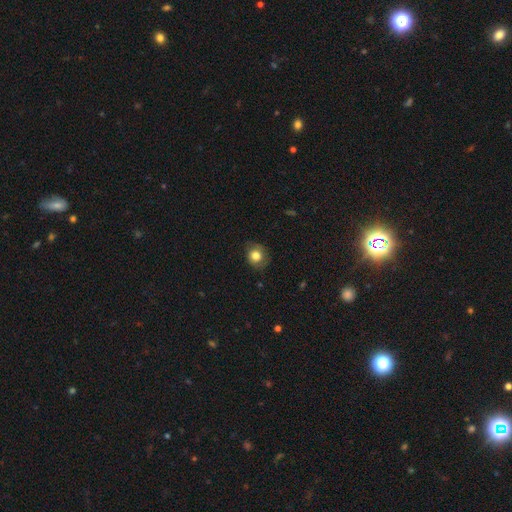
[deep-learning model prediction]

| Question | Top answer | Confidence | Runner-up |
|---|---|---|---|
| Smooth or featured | smooth | 80% | featured or disk (10%) |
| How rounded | round | 77% | in between (22%) |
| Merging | none | 76% | minor disturbance (18%) |